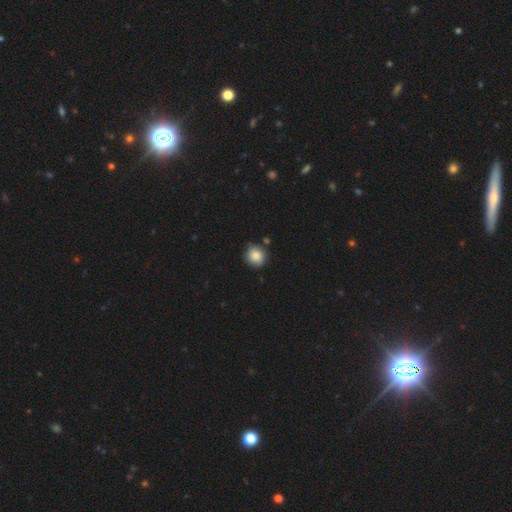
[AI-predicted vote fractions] smooth_or_featured: smooth (p=0.86) [alt: star or artifact p=0.09]
how_rounded: round (p=0.87) [alt: in between p=0.13]
merging: none (p=0.74) [alt: minor disturbance p=0.18]